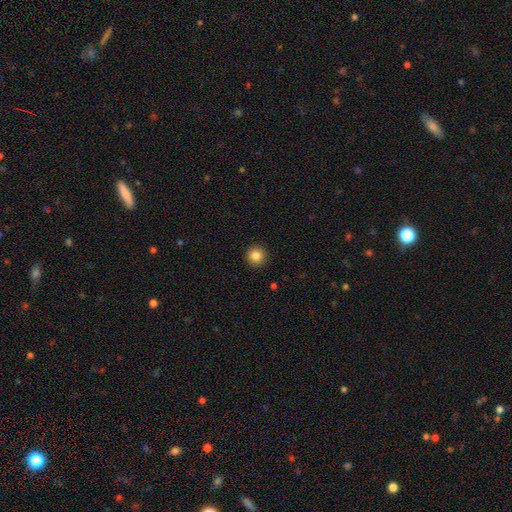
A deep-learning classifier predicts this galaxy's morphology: Q: Smooth or featured?
A: smooth (84%); runner-up: star or artifact (10%)
Q: How rounded?
A: round (95%); runner-up: in between (4%)
Q: Merging?
A: none (93%); runner-up: minor disturbance (5%)